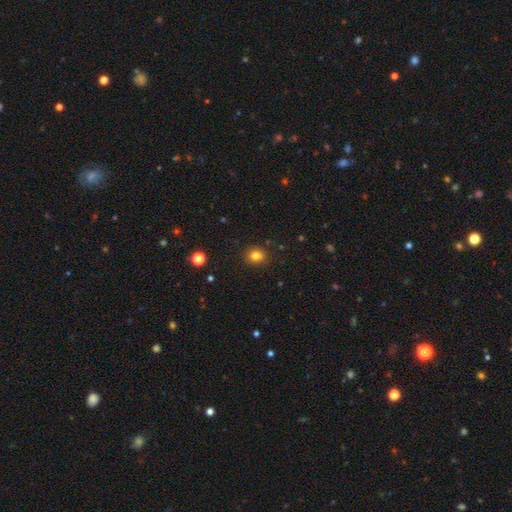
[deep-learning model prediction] Q: Smooth or featured?
A: smooth (80%); runner-up: star or artifact (13%)
Q: How rounded?
A: round (67%); runner-up: in between (32%)
Q: Merging?
A: none (85%); runner-up: minor disturbance (10%)